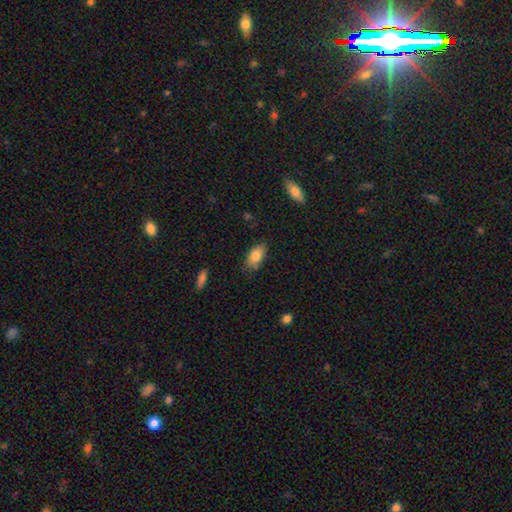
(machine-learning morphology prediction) smooth_or_featured: smooth (p=0.83) [alt: featured or disk p=0.10]
how_rounded: in between (p=0.90) [alt: round p=0.05]
merging: none (p=0.74) [alt: minor disturbance p=0.21]